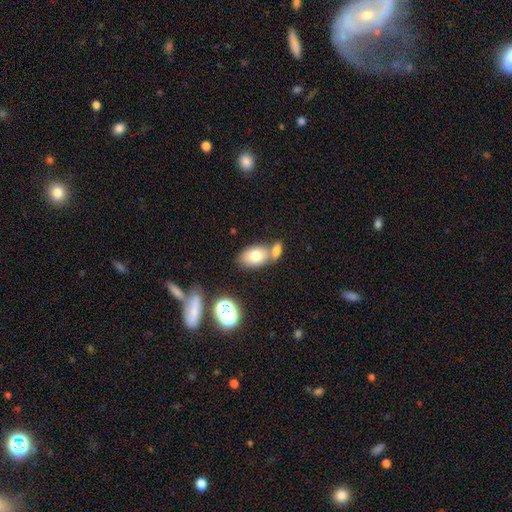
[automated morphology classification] A smooth galaxy with no disk features (74%) that is in between round and cigar-shaped (88%). Merging: none (48%).